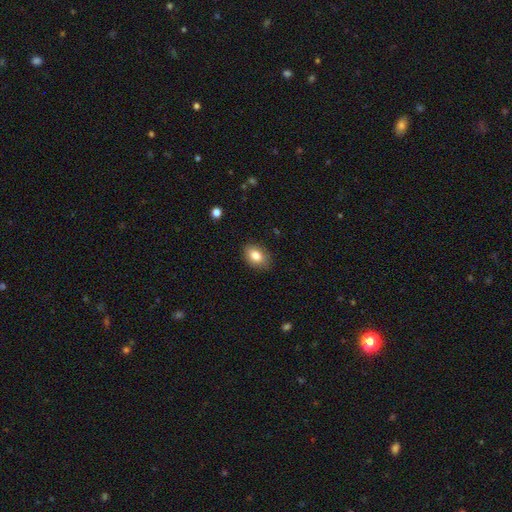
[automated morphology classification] The model was most divided on "how rounded": in between: 83%, round: 16%, cigar-shaped: 1%. More confident: merging — none (86%); smooth or featured — smooth (84%).